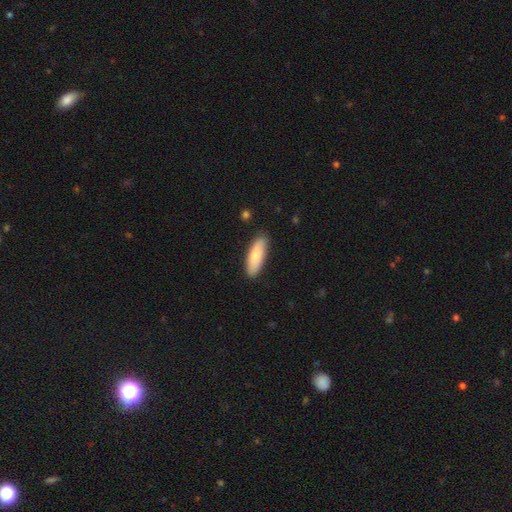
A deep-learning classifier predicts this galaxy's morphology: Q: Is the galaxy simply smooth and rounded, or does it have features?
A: smooth — 78%.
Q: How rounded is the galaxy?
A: in between — 56%.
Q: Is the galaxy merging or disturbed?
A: none — 88%.